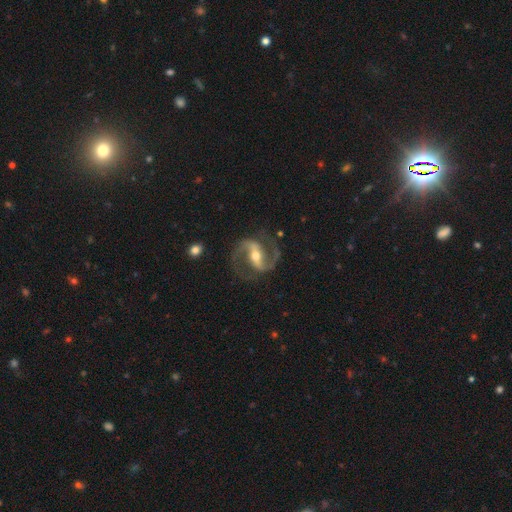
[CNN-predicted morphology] Q: Smooth or featured?
A: featured or disk (92%); runner-up: star or artifact (4%)
Q: Edge-on disk?
A: no (97%); runner-up: yes (3%)
Q: Bar?
A: strong (60%); runner-up: weak (29%)
Q: Spiral arms?
A: yes (98%); runner-up: no (2%)
Q: Spiral winding?
A: medium (61%); runner-up: loose (27%)
Q: Spiral arm count?
A: 2 (94%); runner-up: can't tell (1%)
Q: Bulge size?
A: moderate (64%); runner-up: small (30%)
Q: Merging?
A: none (81%); runner-up: minor disturbance (12%)